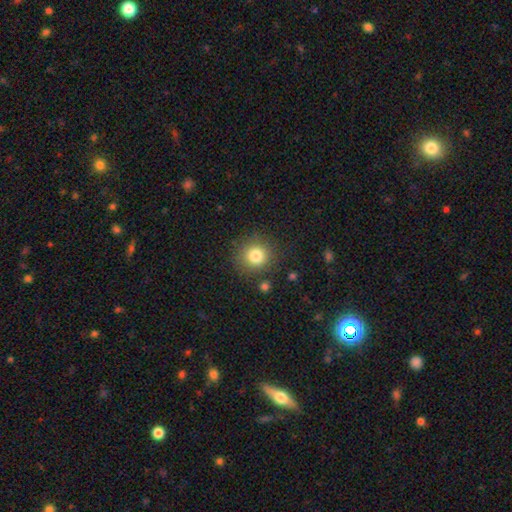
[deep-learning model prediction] smooth_or_featured: smooth (p=0.81) [alt: star or artifact p=0.12]
how_rounded: round (p=0.92) [alt: in between p=0.07]
merging: none (p=0.85) [alt: minor disturbance p=0.09]